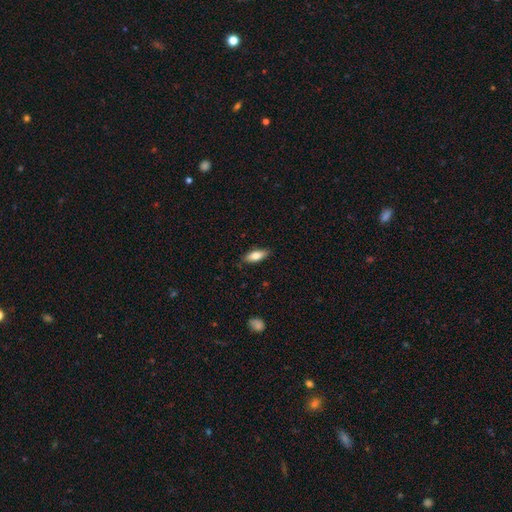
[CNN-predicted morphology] This is likely a smooth galaxy (75%). How rounded: likely in between (73%). Merging: clearly none (85%).